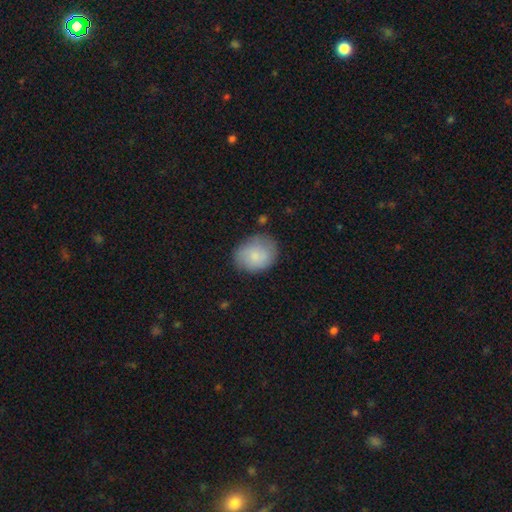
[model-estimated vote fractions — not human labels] Smooth or featured: smooth — 77% (featured or disk — 16%)
How rounded: round — 54% (in between — 45%)
Merging: none — 73% (minor disturbance — 20%)